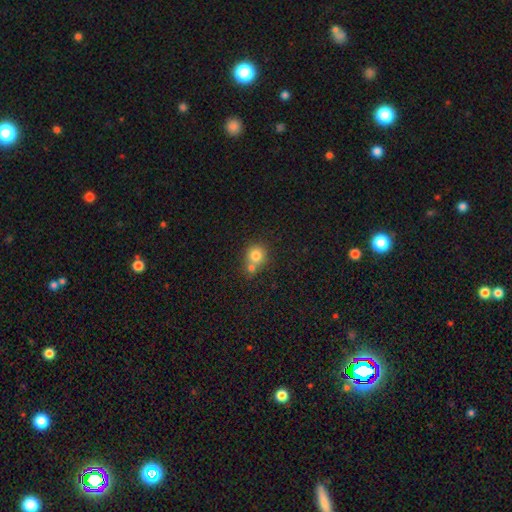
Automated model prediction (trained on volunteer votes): smooth-or-featured: smooth: 78% | featured or disk: 11% | star or artifact: 11%
  how-rounded: round: 87% | in between: 12% | cigar-shaped: 1%
  merging: merger: 45% | none: 44% | minor disturbance: 8% | major disturbance: 3%